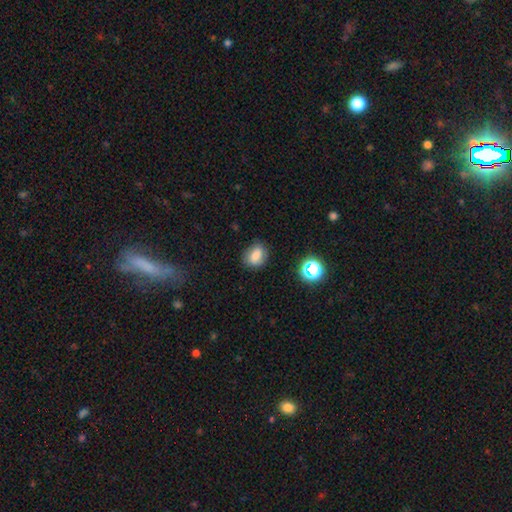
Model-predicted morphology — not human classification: The model was most divided on "how rounded": in between: 60%, round: 39%, cigar-shaped: 2%. More confident: smooth or featured — smooth (77%); merging — none (77%).